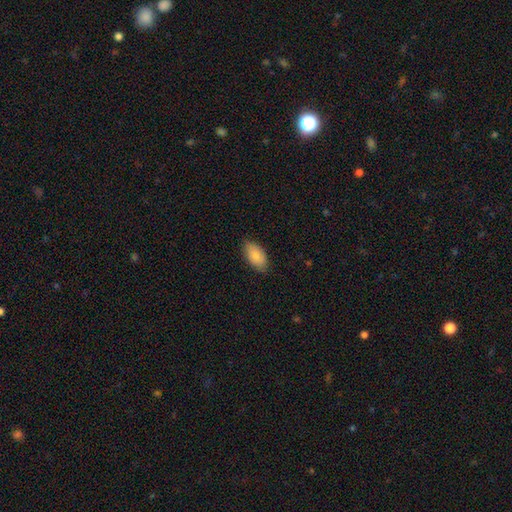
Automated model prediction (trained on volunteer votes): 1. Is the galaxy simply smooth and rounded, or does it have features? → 85% smooth, 9% featured or disk, 6% star or artifact.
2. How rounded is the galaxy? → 94% in between, 3% cigar-shaped, 3% round.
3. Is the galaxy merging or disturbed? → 84% none, 13% minor disturbance, 2% major disturbance, 1% merger.